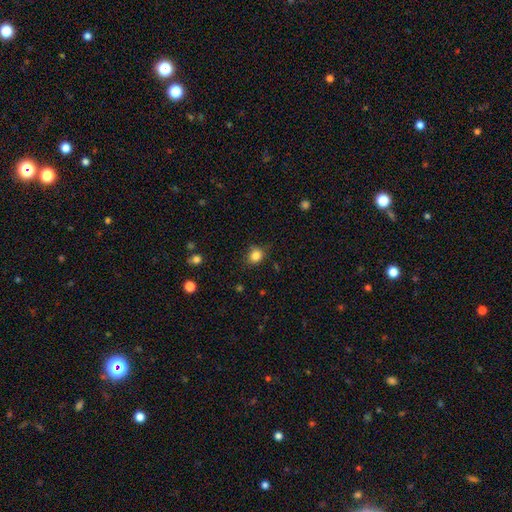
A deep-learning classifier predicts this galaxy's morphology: Smooth or featured? smooth (83%)
How rounded? round (70%)
Merging? none (75%)